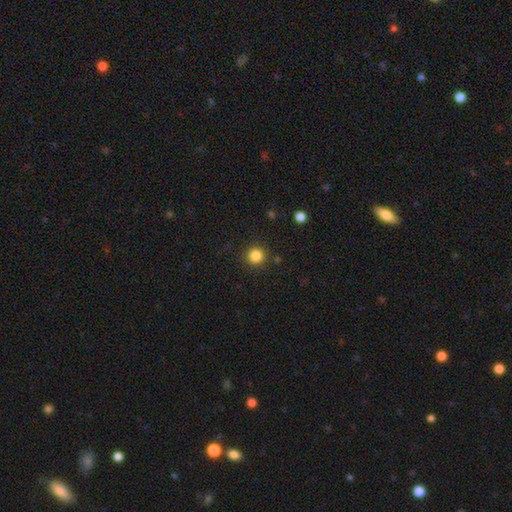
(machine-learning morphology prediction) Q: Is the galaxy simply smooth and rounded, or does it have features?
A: smooth — 84%.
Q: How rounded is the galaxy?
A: round — 94%.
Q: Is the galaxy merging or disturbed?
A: none — 91%.